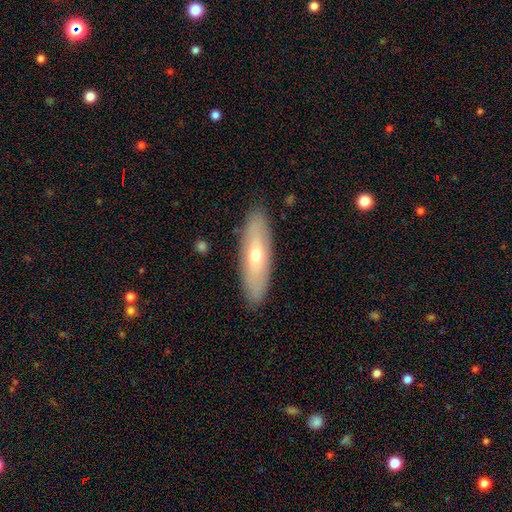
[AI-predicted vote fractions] Q: Smooth or featured?
A: smooth (54%); runner-up: featured or disk (40%)
Q: How rounded?
A: cigar-shaped (54%); runner-up: in between (44%)
Q: Merging?
A: none (87%); runner-up: minor disturbance (9%)